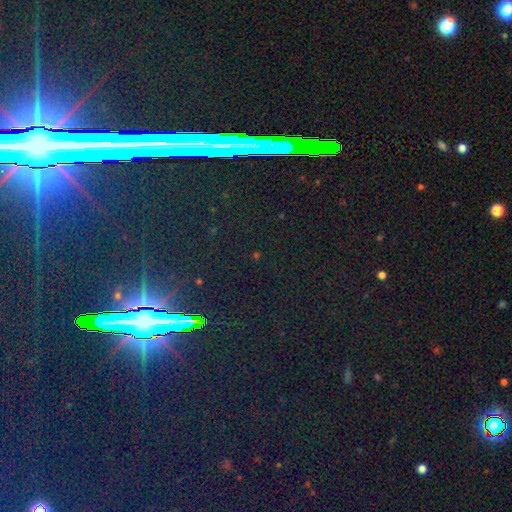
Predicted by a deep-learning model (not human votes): smooth-or-featured: star or artifact: 84% | featured or disk: 8% | smooth: 8%